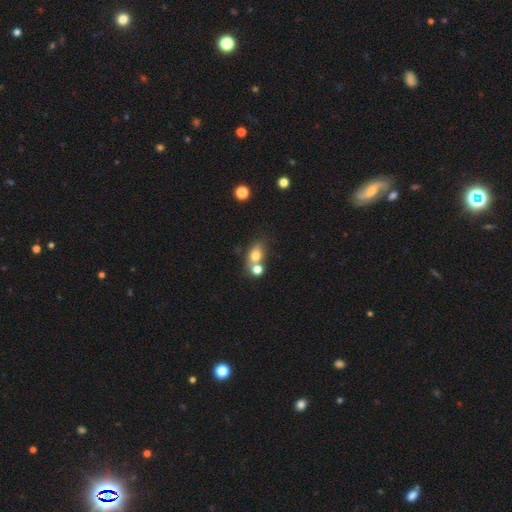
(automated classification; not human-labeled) This is likely a smooth galaxy (74%). How rounded: likely in between (62%). Merging: marginally merger (43%).